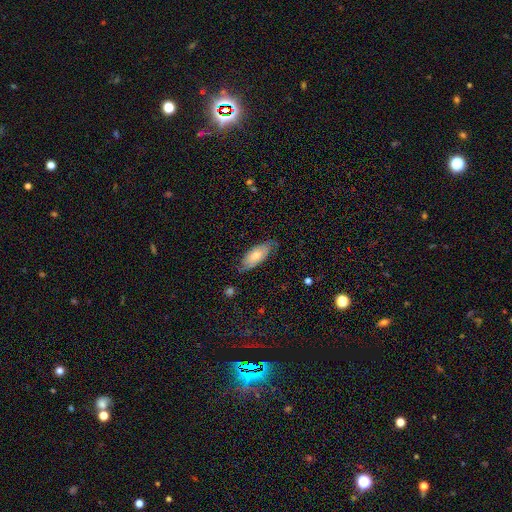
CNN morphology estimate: Q: Smooth or featured?
A: smooth (67%); runner-up: featured or disk (27%)
Q: How rounded?
A: in between (83%); runner-up: cigar-shaped (15%)
Q: Merging?
A: none (72%); runner-up: minor disturbance (23%)